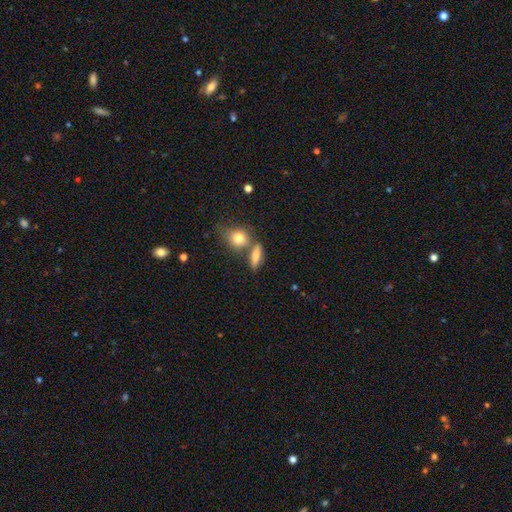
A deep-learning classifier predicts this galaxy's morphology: smooth-or-featured: smooth: 74% | featured or disk: 18% | star or artifact: 9%
  how-rounded: in between: 58% | cigar-shaped: 29% | round: 12%
  merging: none: 54% | merger: 28% | minor disturbance: 13% | major disturbance: 5%